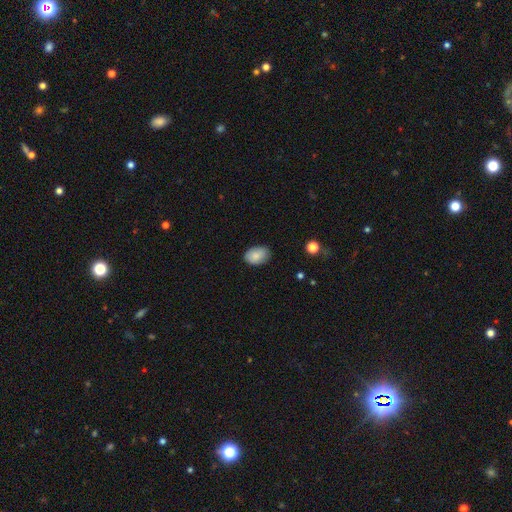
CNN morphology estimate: This appears to be a smooth galaxy with no disk features (86%) that is in between round and cigar-shaped (85%). Merging: none (81%).